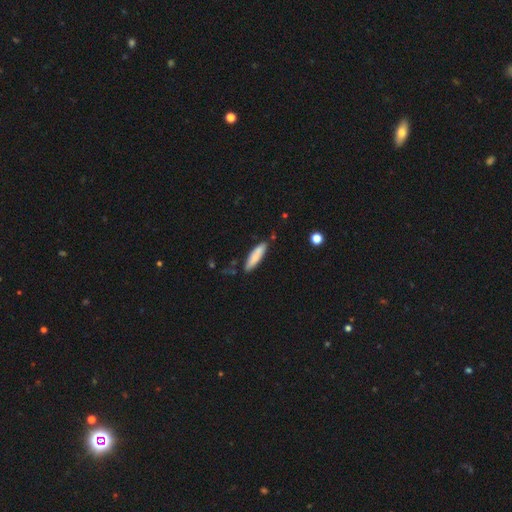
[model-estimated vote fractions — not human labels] Smooth or featured: smooth — 79% (featured or disk — 15%)
How rounded: cigar-shaped — 68% (in between — 30%)
Merging: none — 80% (minor disturbance — 15%)